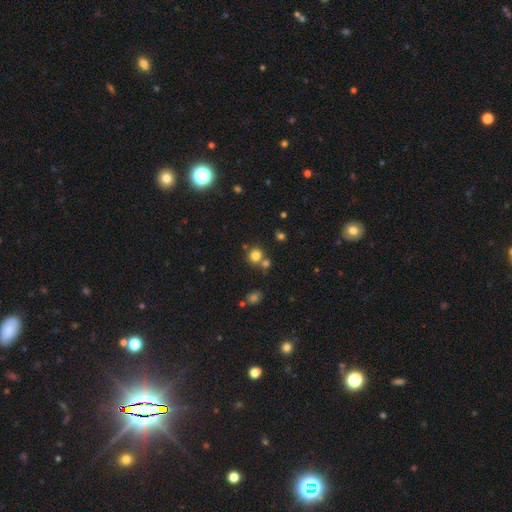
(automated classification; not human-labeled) Smooth or featured: smooth — 78% (star or artifact — 16%)
How rounded: round — 86% (in between — 13%)
Merging: none — 65% (merger — 23%)